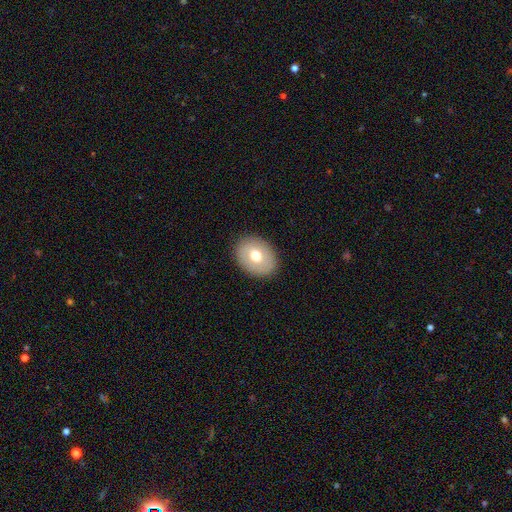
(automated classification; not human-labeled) smooth-or-featured: smooth: 67% | featured or disk: 25% | star or artifact: 8%
  how-rounded: in between: 59% | round: 41% | cigar-shaped: 1%
  merging: none: 88% | minor disturbance: 9% | major disturbance: 3% | merger: 1%